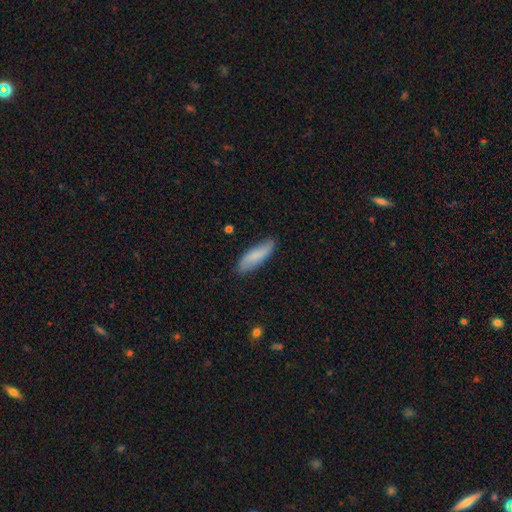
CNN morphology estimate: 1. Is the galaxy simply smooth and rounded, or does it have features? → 81% smooth, 13% featured or disk, 6% star or artifact.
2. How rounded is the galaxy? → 57% cigar-shaped, 42% in between, 2% round.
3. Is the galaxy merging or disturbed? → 82% none, 15% minor disturbance, 2% major disturbance, 1% merger.